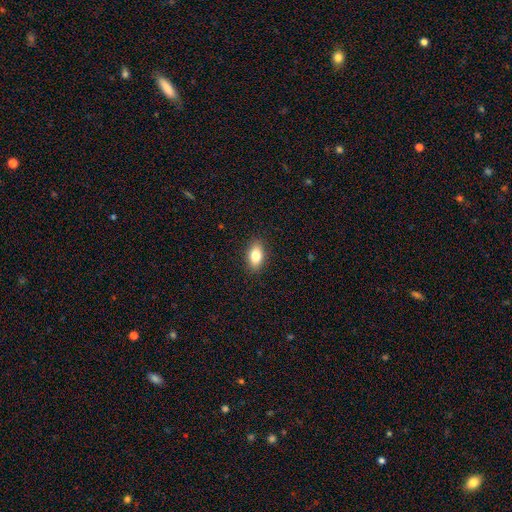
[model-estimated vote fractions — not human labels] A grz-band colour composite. It shows a smooth galaxy with no disk features (81%) that is in between round and cigar-shaped (88%). Merging: none (89%).